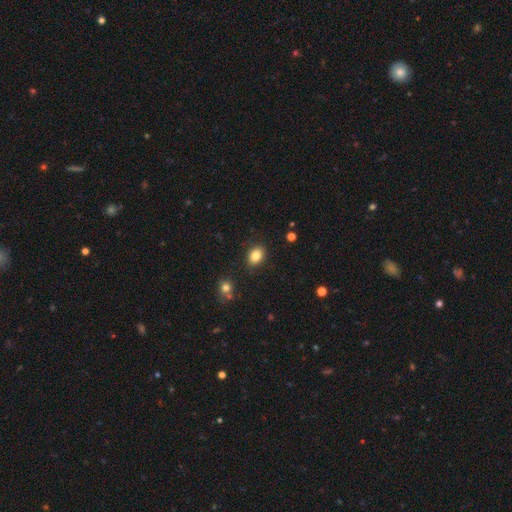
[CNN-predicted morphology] type=smooth (84%); roundness=in between (67%); merging=none (87%).